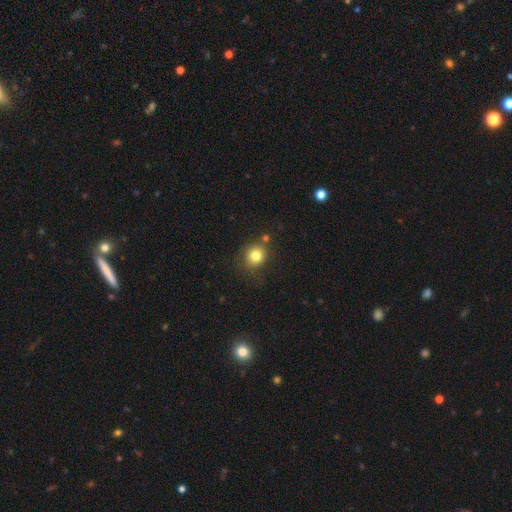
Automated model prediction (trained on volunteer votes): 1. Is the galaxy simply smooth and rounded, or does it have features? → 80% smooth, 12% star or artifact, 8% featured or disk.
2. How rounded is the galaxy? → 80% round, 19% in between, 1% cigar-shaped.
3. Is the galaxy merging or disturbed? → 71% none, 15% minor disturbance, 9% merger, 5% major disturbance.